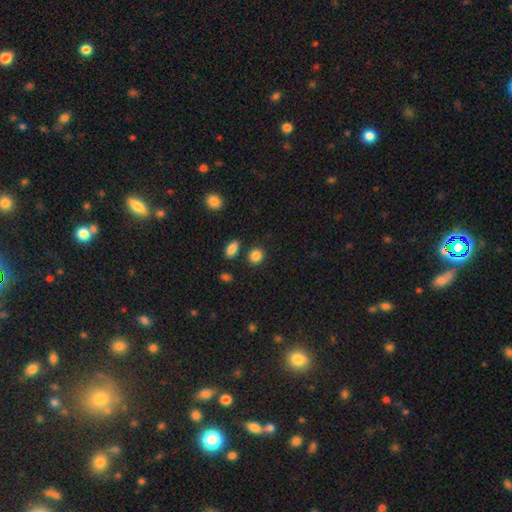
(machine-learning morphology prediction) smooth 87%, star or artifact 10%, featured or disk 4%. Down the decision tree: how rounded — round (77%); merging — none (84%).